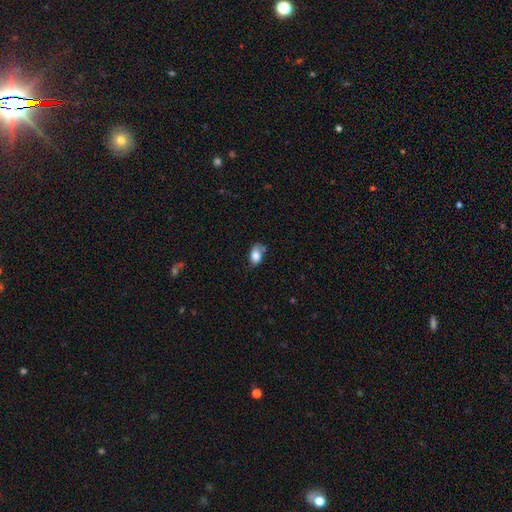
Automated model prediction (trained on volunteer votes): This is clearly a smooth galaxy (80%). How rounded: clearly in between (84%). Merging: marginally none (44%).